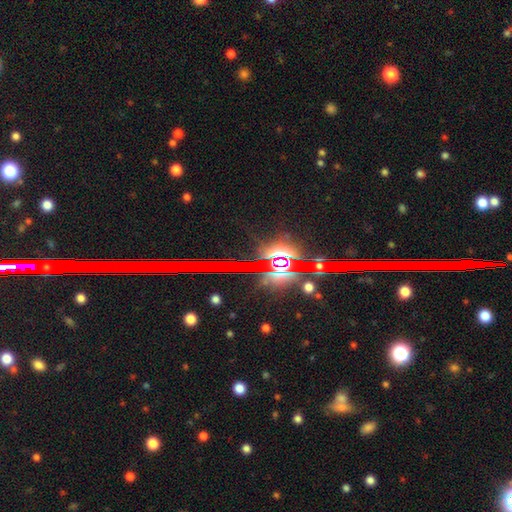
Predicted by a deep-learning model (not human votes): Smooth or featured?
  - star or artifact: 78% *
  - featured or disk: 14%
  - smooth: 8%